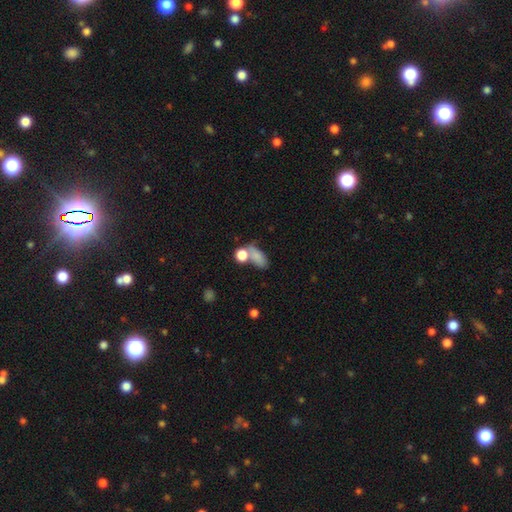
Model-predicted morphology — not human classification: A smooth galaxy with no disk features (77%) that is in between round and cigar-shaped (71%). Merging: none (39%).